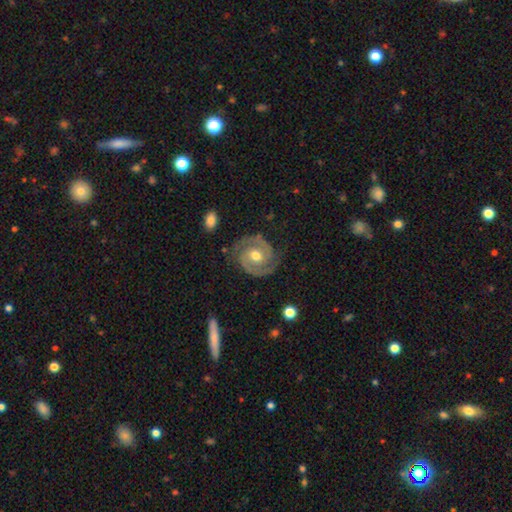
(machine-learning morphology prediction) A featured or disk galaxy (89%) with no bar (55%), 2 (93%) tight (52%) spiral arms (97%) and a moderate central bulge (79%).

Vote fractions:
- Smooth or featured? featured or disk: 89% / smooth: 6% / star or artifact: 5%
- Edge-on disk? no: 98% / yes: 2%
- Bar? no: 55% / weak: 33% / strong: 11%
- Spiral arms? yes: 97% / no: 3%
- Spiral winding? tight: 52% / medium: 41% / loose: 7%
- Spiral arm count? 2: 93% / can't tell: 2% / 3: 2% / 1: 1% / 4: 1% / more than 4: 1%
- Bulge size? moderate: 79% / small: 14% / large: 5% / none: 1% / dominant: 1%
- Merging? none: 82% / minor disturbance: 13% / major disturbance: 4% / merger: 1%